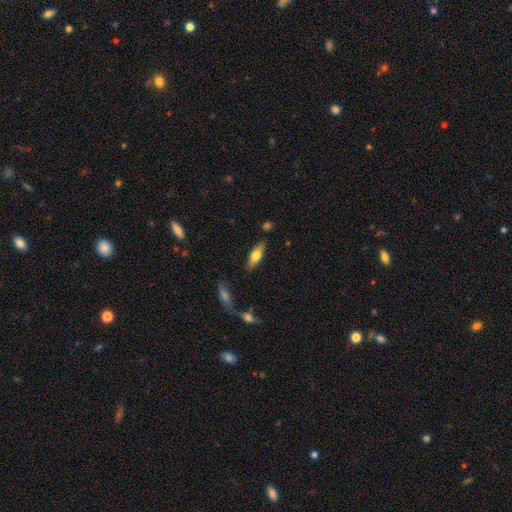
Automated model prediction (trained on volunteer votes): A smooth galaxy with no disk features (69%) that is in between round and cigar-shaped (67%).

Vote fractions:
- Smooth or featured? smooth: 69% / featured or disk: 24% / star or artifact: 6%
- How rounded? in between: 67% / cigar-shaped: 31% / round: 2%
- Merging? none: 83% / minor disturbance: 12% / merger: 3% / major disturbance: 2%